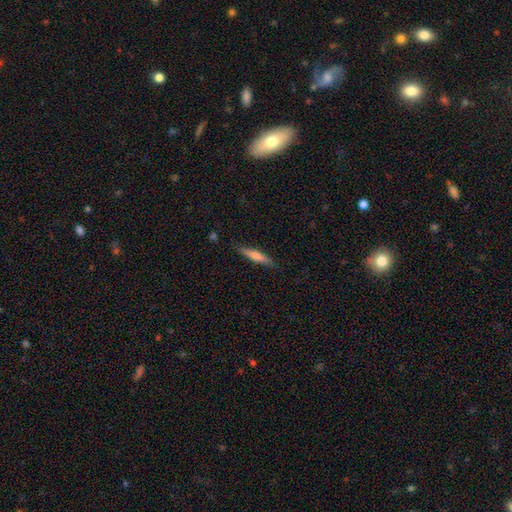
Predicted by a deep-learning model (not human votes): Q: Smooth or featured?
A: smooth (55%); runner-up: featured or disk (39%)
Q: How rounded?
A: cigar-shaped (89%); runner-up: in between (10%)
Q: Merging?
A: none (88%); runner-up: minor disturbance (9%)